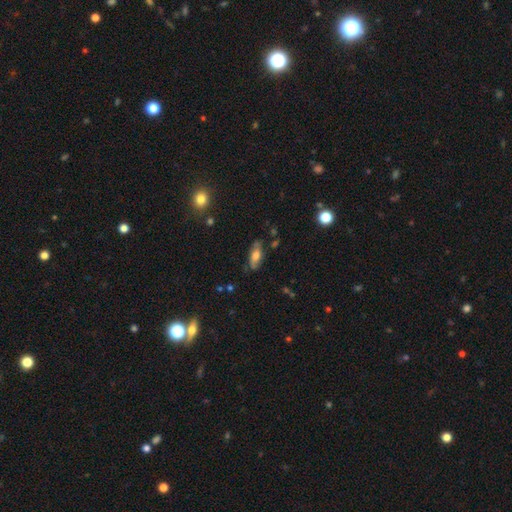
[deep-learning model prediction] Overall: smooth (55%; featured or disk 37%). How rounded: in between (74%). Merging: none (72%).